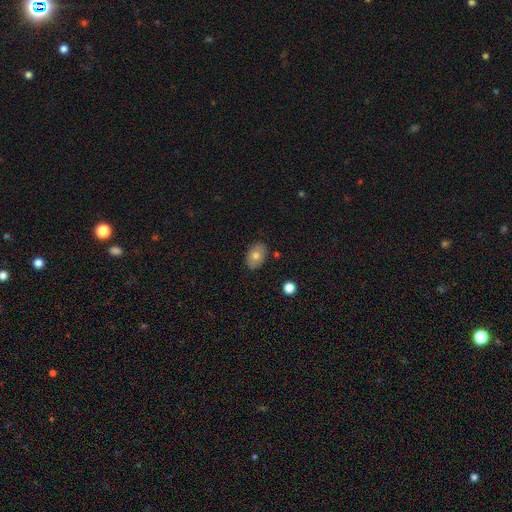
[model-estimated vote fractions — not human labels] This appears to be a smooth galaxy with no disk features (74%) that is in between round and cigar-shaped (83%). Merging: none (85%).